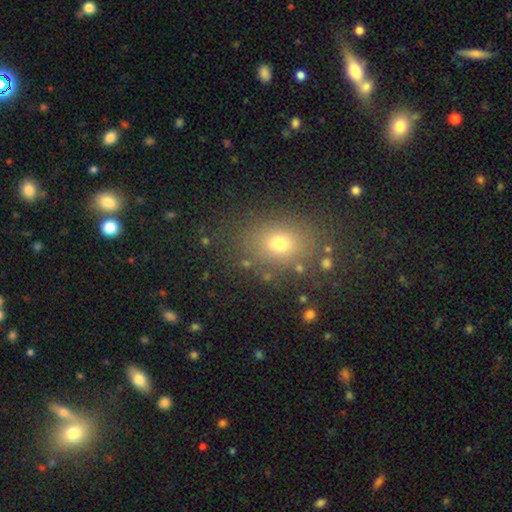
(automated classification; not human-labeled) Q: Smooth or featured?
A: smooth (60%); runner-up: star or artifact (28%)
Q: How rounded?
A: in between (55%); runner-up: round (43%)
Q: Merging?
A: none (84%); runner-up: minor disturbance (10%)